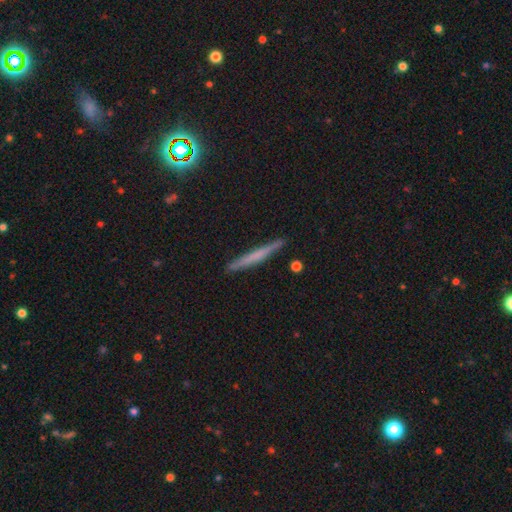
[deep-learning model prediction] smooth 51%, featured or disk 41%, star or artifact 8%. Down the decision tree: how rounded — cigar-shaped (96%); merging — none (90%).